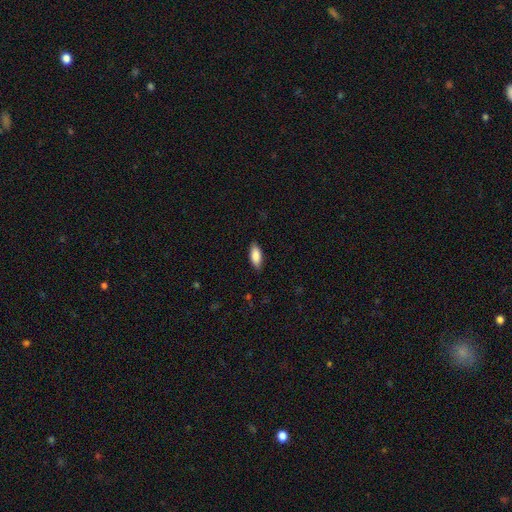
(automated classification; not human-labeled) smooth-or-featured: smooth: 87% | featured or disk: 7% | star or artifact: 6%
  how-rounded: in between: 80% | cigar-shaped: 18% | round: 2%
  merging: none: 86% | minor disturbance: 11% | major disturbance: 2% | merger: 1%